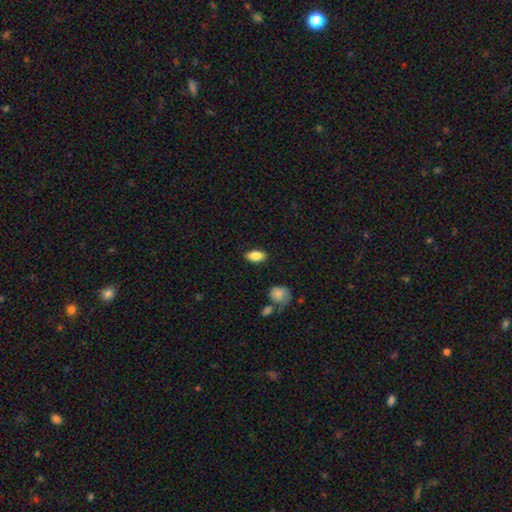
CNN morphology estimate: Smooth or featured? Predicted: smooth (p=0.85). How rounded? Predicted: in between (p=0.91). Merging? Predicted: none (p=0.86).